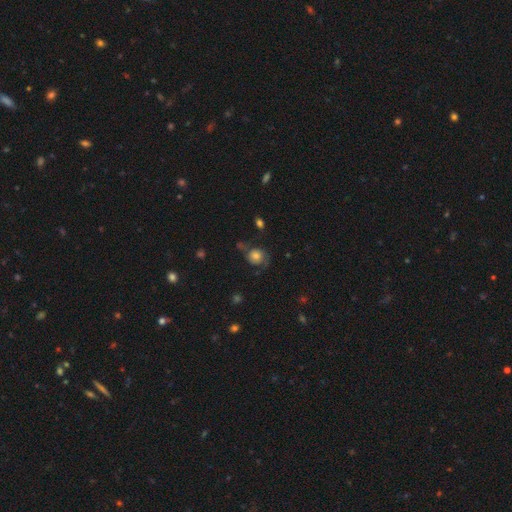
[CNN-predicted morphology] A smooth galaxy with no disk features (45%). Merging: none (54%).